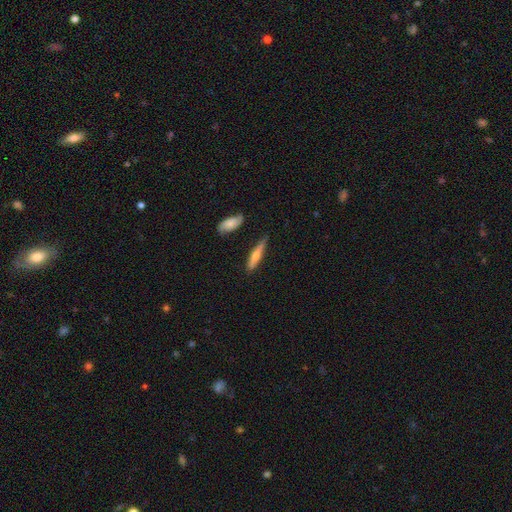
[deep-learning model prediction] The model was most divided on "smooth or featured": smooth: 53%, featured or disk: 41%, star or artifact: 6%. More confident: how rounded — cigar-shaped (81%); merging — none (78%).